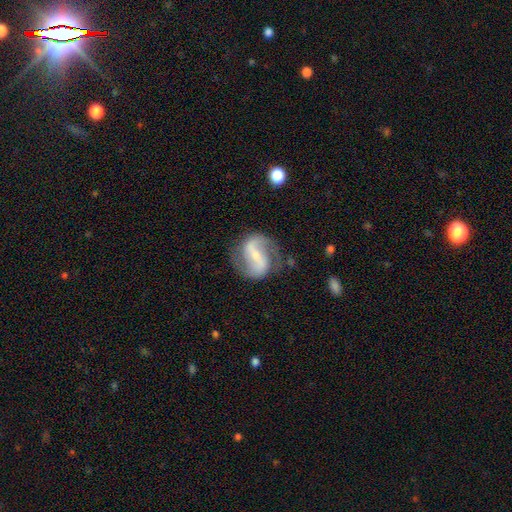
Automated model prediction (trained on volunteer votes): smooth_or_featured: featured or disk (p=0.84) [alt: smooth p=0.11]
disk_edge_on: no (p=0.97) [alt: yes p=0.03]
bar: strong (p=0.51) [alt: weak p=0.34]
has_spiral_arms: yes (p=0.94) [alt: no p=0.06]
spiral_winding: medium (p=0.45) [alt: loose p=0.38]
spiral_arm_count: 2 (p=0.90) [alt: can't tell p=0.04]
bulge_size: small (p=0.59) [alt: moderate p=0.26]
merging: none (p=0.73) [alt: minor disturbance p=0.16]